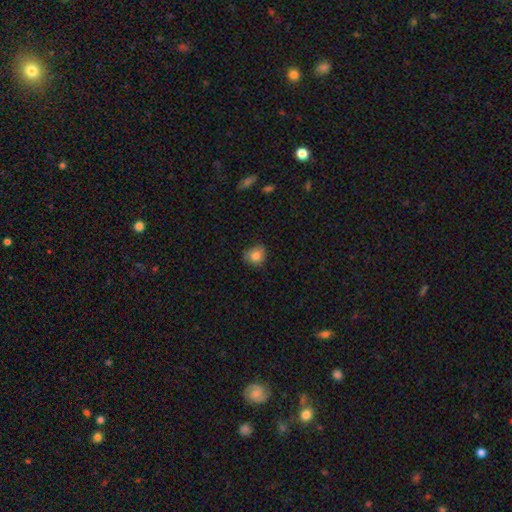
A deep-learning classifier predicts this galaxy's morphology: This is clearly a smooth galaxy (82%). How rounded: likely round (76%). Merging: likely none (69%).